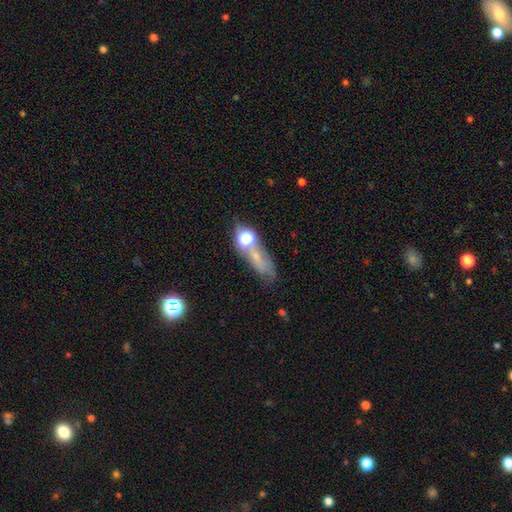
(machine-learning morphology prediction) Smooth or featured? smooth (44%)
Merging? none (53%)